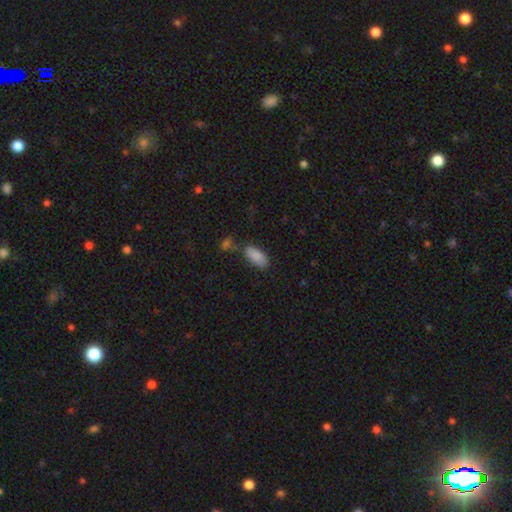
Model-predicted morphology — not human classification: smooth 87%, star or artifact 7%, featured or disk 6%. Down the decision tree: how rounded — in between (89%); merging — none (67%).